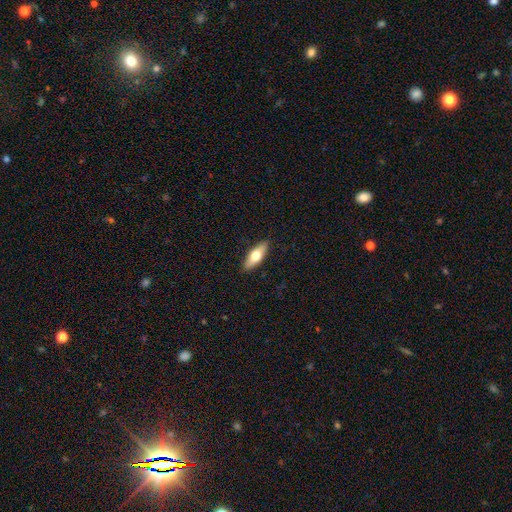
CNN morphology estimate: Smooth or featured: smooth — 60% (featured or disk — 34%)
How rounded: in between — 62% (cigar-shaped — 35%)
Merging: none — 89% (minor disturbance — 9%)